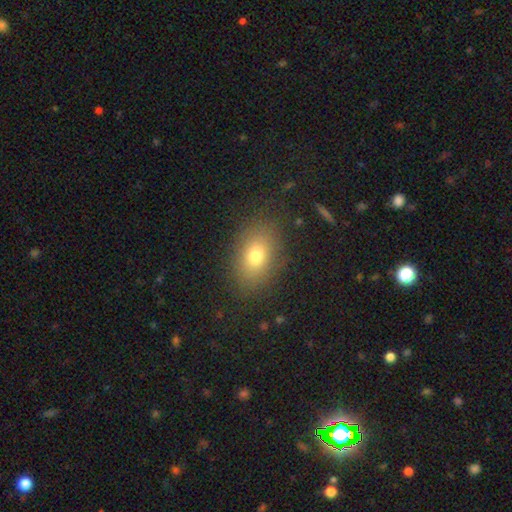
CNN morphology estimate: Smooth or featured? smooth (76%)
How rounded? in between (82%)
Merging? none (85%)